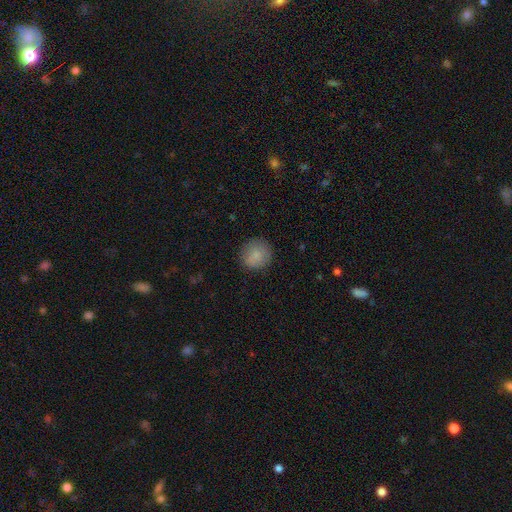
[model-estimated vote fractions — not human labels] Morphology: type=smooth (85%); roundness=round (90%); merging=none (84%).